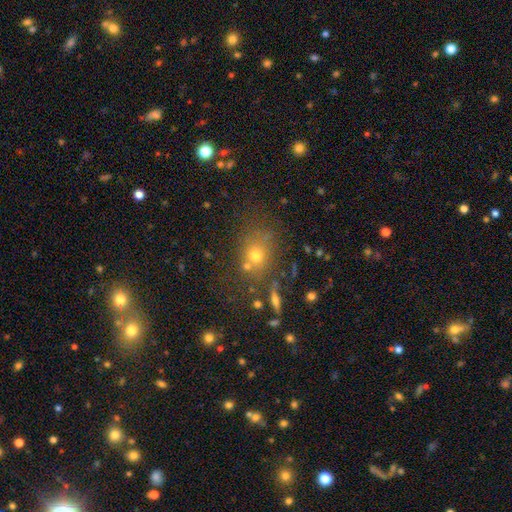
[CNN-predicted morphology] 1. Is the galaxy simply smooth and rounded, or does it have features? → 65% smooth, 21% star or artifact, 14% featured or disk.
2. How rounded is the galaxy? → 67% round, 31% in between, 2% cigar-shaped.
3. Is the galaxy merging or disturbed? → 68% none, 13% minor disturbance, 13% merger, 6% major disturbance.